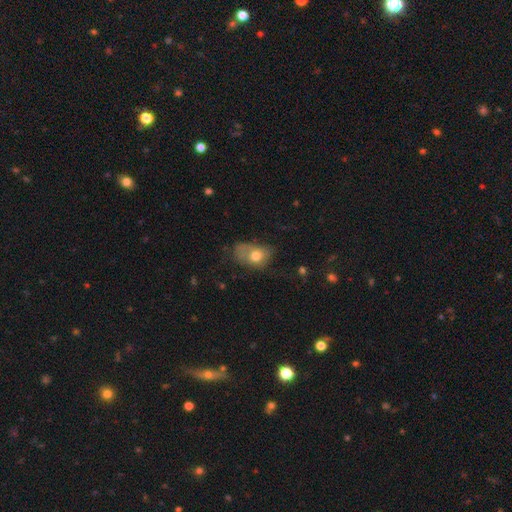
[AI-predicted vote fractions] smooth_or_featured: smooth (p=0.68) [alt: featured or disk p=0.22]
how_rounded: in between (p=0.74) [alt: round p=0.25]
merging: major disturbance (p=0.35) [alt: minor disturbance p=0.33]